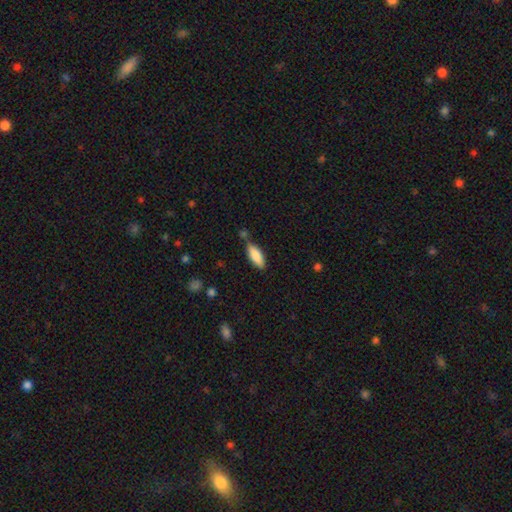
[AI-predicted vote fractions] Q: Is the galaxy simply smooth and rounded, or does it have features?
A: smooth — 82%.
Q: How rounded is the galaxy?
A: in between — 68%.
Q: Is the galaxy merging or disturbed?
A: none — 72%.